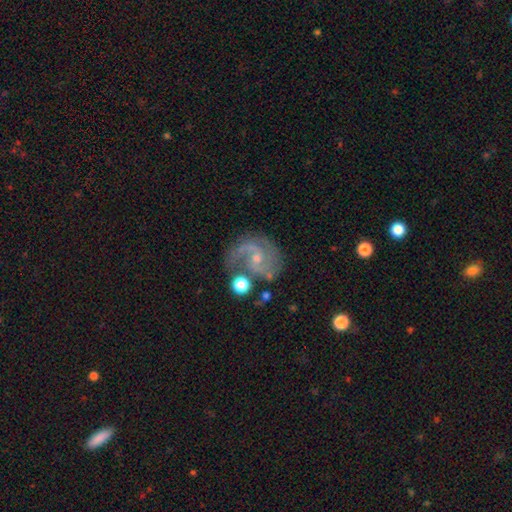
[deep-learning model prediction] A featured or disk galaxy (86%) with no bar (47%), 2 (76%) medium (54%) spiral arms (96%) and a small central bulge (69%). Merging: none (62%).